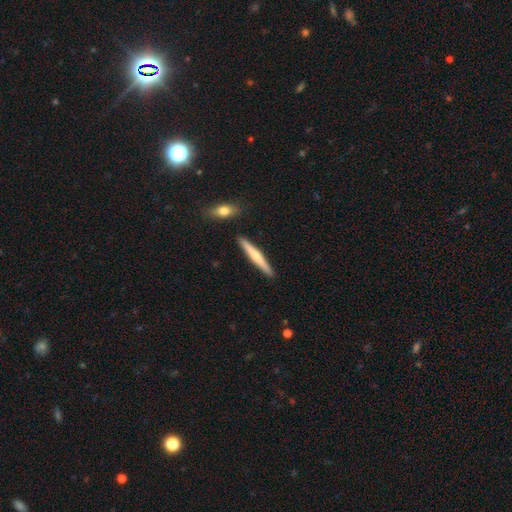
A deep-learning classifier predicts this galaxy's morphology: Smooth or featured? smooth (50%)
Merging? none (89%)